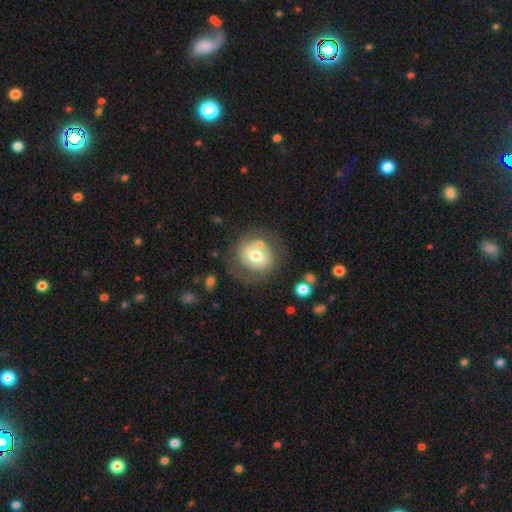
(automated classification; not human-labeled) Smooth or featured? smooth (49%)
Merging? none (60%)